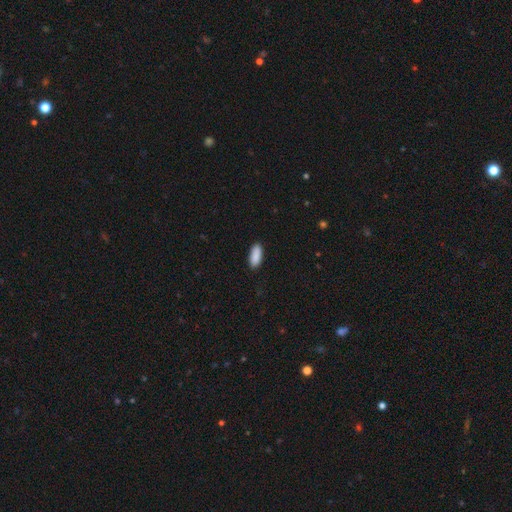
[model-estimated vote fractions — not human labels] This appears to be a smooth galaxy with no disk features (90%) that is in between round and cigar-shaped (84%). Merging: none (89%).